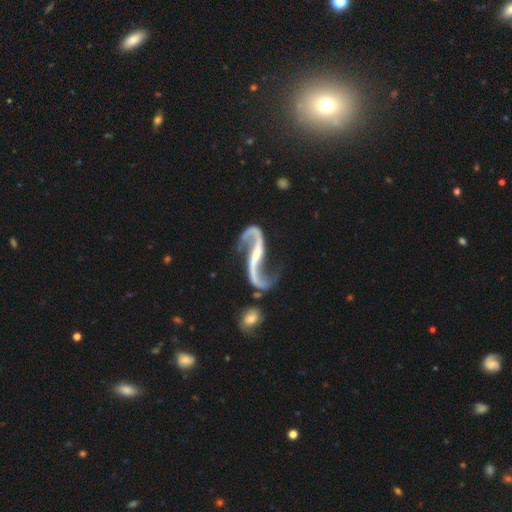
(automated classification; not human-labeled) Q: Smooth or featured?
A: featured or disk (92%); runner-up: star or artifact (5%)
Q: Edge-on disk?
A: no (96%); runner-up: yes (4%)
Q: Bar?
A: strong (40%); runner-up: weak (35%)
Q: Spiral arms?
A: yes (97%); runner-up: no (3%)
Q: Spiral winding?
A: loose (88%); runner-up: medium (10%)
Q: Spiral arm count?
A: 2 (93%); runner-up: 1 (3%)
Q: Bulge size?
A: small (43%); runner-up: none (39%)
Q: Merging?
A: none (58%); runner-up: minor disturbance (18%)